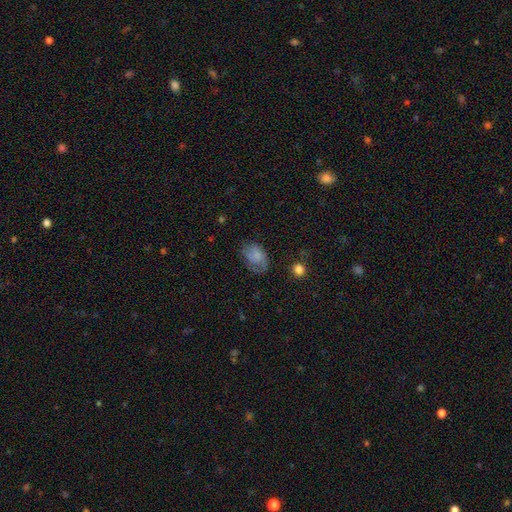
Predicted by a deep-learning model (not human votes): smooth_or_featured: smooth (p=0.64) [alt: featured or disk p=0.25]
how_rounded: in between (p=0.79) [alt: round p=0.20]
merging: none (p=0.51) [alt: minor disturbance p=0.29]